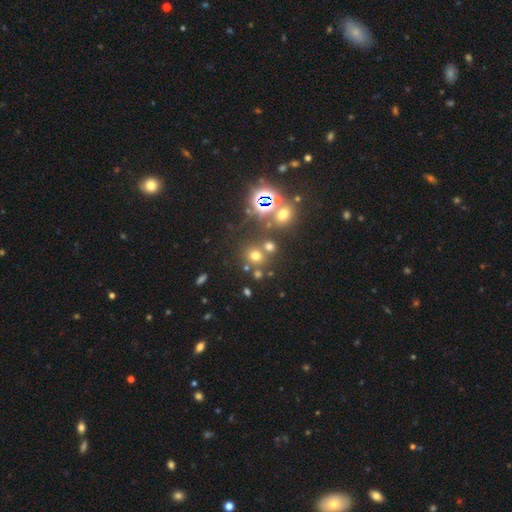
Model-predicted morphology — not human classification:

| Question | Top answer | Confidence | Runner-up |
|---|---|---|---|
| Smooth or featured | smooth | 59% | star or artifact (31%) |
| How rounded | round | 82% | in between (17%) |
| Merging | none | 64% | merger (22%) |